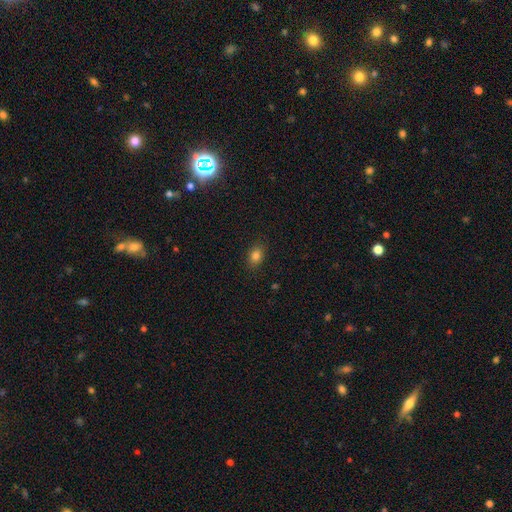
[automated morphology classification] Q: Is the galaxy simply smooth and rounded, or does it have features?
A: smooth — 83%.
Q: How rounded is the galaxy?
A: in between — 72%.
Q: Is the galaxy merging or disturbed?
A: none — 86%.